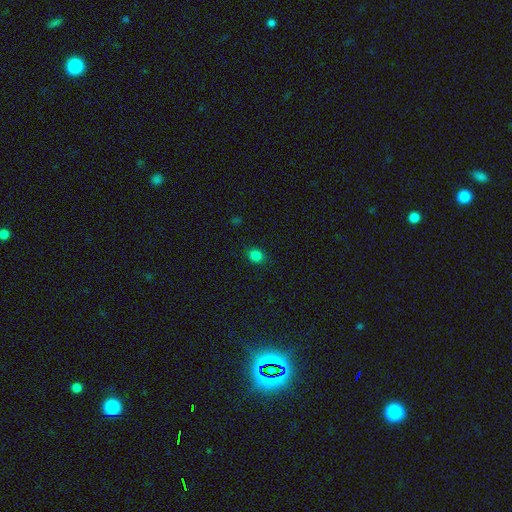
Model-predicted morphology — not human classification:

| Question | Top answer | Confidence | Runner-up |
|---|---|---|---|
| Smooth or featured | smooth | 82% | star or artifact (15%) |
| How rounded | round | 66% | in between (33%) |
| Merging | none | 88% | minor disturbance (9%) |